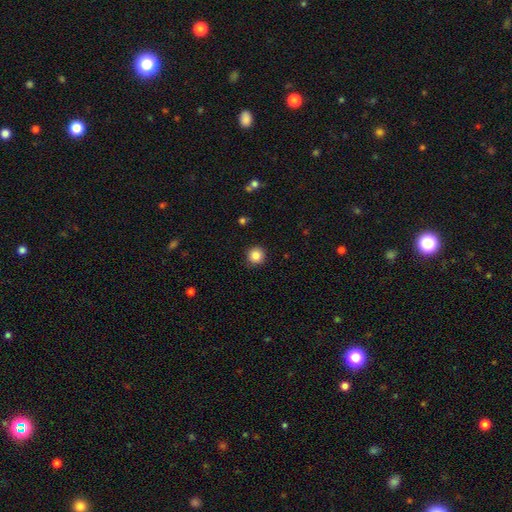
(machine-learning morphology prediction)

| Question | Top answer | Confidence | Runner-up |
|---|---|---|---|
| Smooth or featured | smooth | 85% | star or artifact (10%) |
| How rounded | round | 95% | in between (4%) |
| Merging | none | 92% | minor disturbance (6%) |